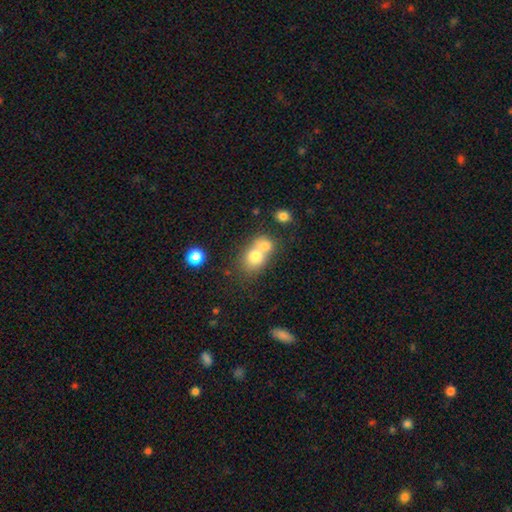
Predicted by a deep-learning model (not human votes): Morphology: type=smooth (72%); roundness=round (52%); merging=merger (62%).